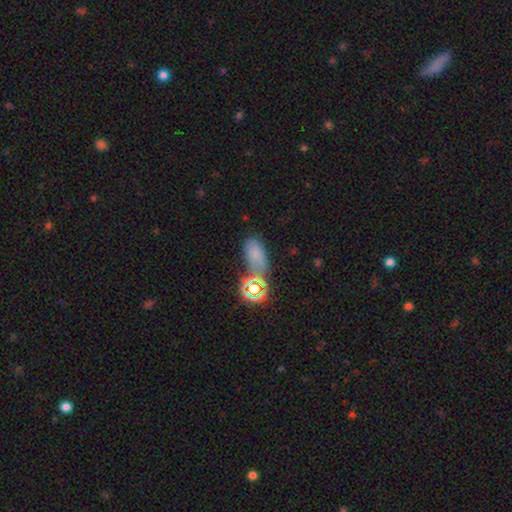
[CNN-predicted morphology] Smooth or featured: smooth — 63% (star or artifact — 26%)
How rounded: in between — 81% (round — 13%)
Merging: none — 48% (minor disturbance — 21%)